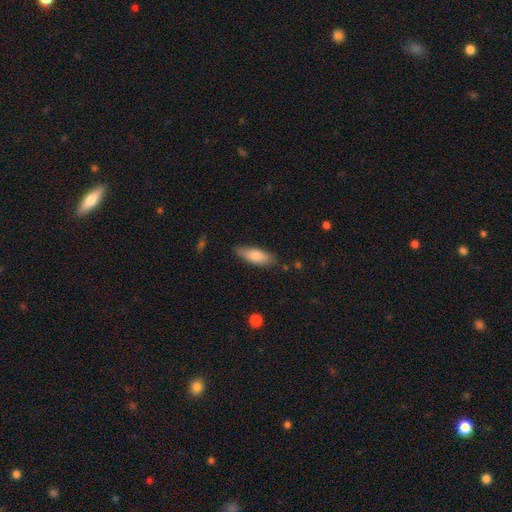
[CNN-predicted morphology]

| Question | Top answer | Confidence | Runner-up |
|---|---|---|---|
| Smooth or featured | smooth | 78% | featured or disk (16%) |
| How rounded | in between | 65% | cigar-shaped (33%) |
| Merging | none | 80% | minor disturbance (16%) |